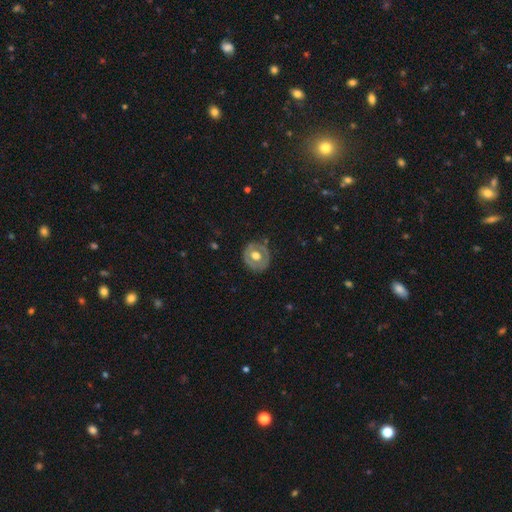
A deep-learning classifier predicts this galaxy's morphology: A featured or disk galaxy (50%). Merging: none (79%).